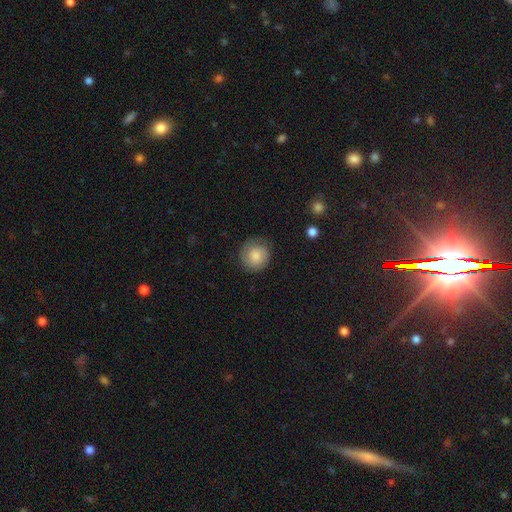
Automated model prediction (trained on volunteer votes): A smooth galaxy with no disk features (76%) that is round (91%). Merging: none (81%).